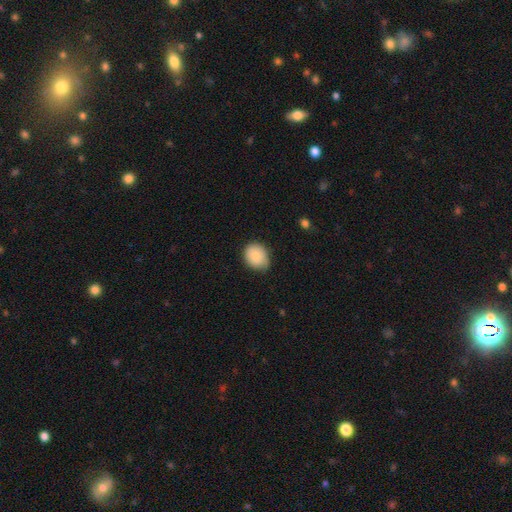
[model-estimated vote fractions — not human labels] This appears to be a smooth galaxy with no disk features (85%) that is round (59%). Merging: none (62%).